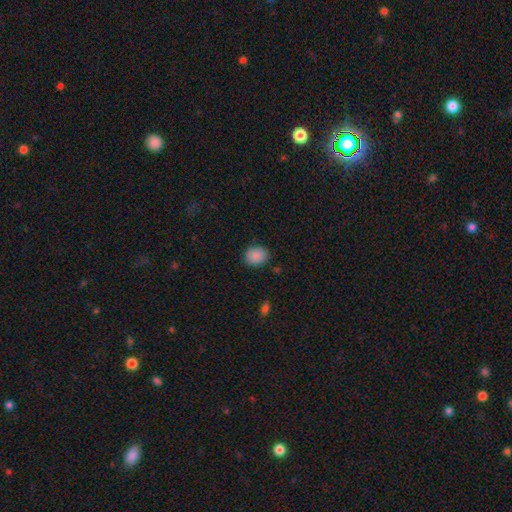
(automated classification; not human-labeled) A smooth galaxy with no disk features (88%) that is round (56%). Merging: none (84%).